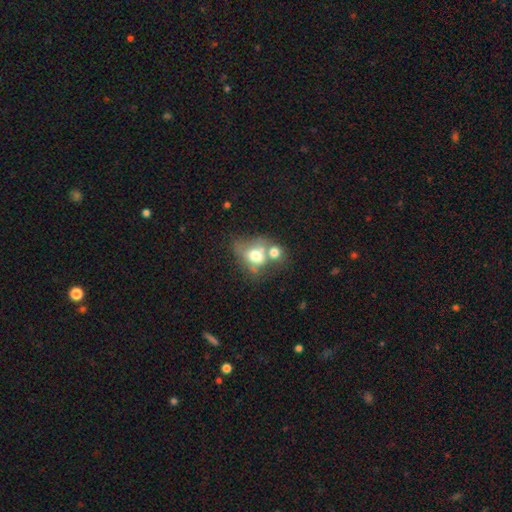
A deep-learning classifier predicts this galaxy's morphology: Q: Smooth or featured?
A: smooth (61%); runner-up: featured or disk (28%)
Q: How rounded?
A: in between (54%); runner-up: round (45%)
Q: Merging?
A: merger (58%); runner-up: none (21%)